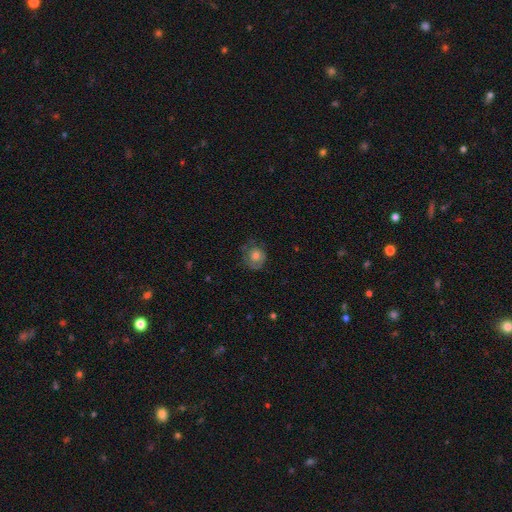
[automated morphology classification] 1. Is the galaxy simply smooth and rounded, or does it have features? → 61% smooth, 30% featured or disk, 8% star or artifact.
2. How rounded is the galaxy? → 77% round, 22% in between, 1% cigar-shaped.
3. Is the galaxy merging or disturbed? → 58% none, 26% minor disturbance, 15% major disturbance, 1% merger.